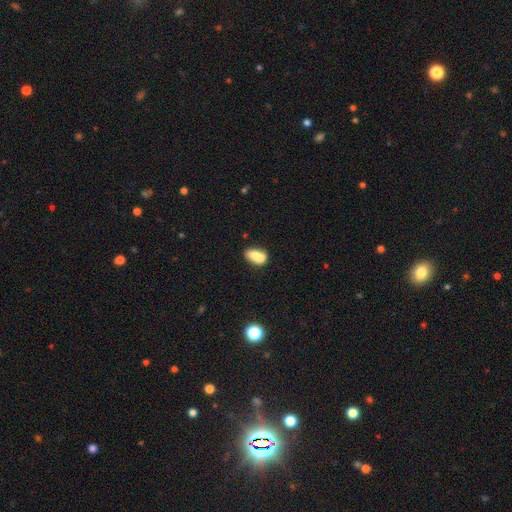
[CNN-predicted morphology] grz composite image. It shows a smooth galaxy with no disk features (72%) that is in between round and cigar-shaped (85%). Merging: none (43%).